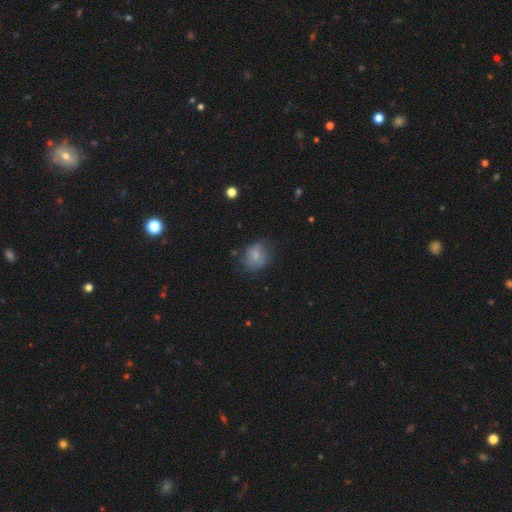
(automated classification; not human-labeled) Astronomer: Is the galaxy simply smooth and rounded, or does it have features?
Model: smooth — 69%.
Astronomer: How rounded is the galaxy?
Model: round — 53% (runner-up: in between, 46%).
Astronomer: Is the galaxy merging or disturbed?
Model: none — 56%.